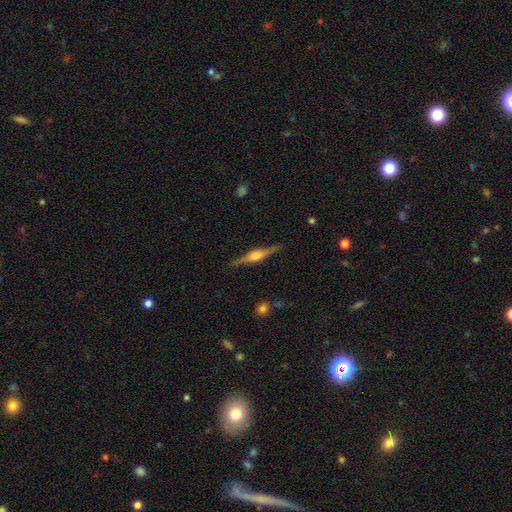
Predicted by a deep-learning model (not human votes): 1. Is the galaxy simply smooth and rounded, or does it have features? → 77% featured or disk, 17% smooth, 6% star or artifact.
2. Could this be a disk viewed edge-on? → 98% yes, 2% no.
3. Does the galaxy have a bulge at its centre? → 78% rounded, 19% boxy, 3% none.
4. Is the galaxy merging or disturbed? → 88% none, 9% minor disturbance, 2% major disturbance, 1% merger.